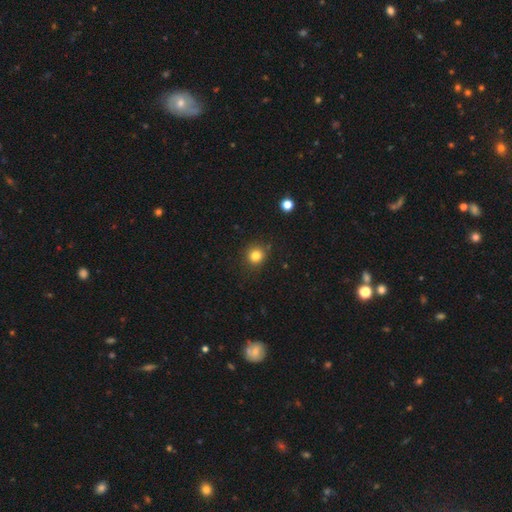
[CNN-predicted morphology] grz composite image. It shows a smooth galaxy with no disk features (82%) that is round (90%). Merging: none (86%).